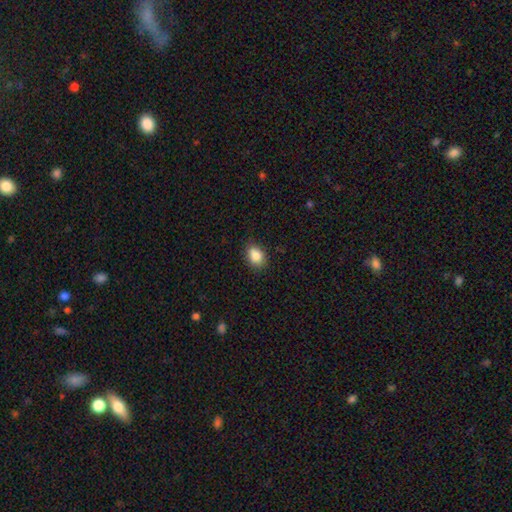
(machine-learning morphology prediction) smooth-or-featured: smooth: 84% | star or artifact: 9% | featured or disk: 7%
  how-rounded: in between: 65% | round: 34% | cigar-shaped: 1%
  merging: none: 75% | minor disturbance: 18% | merger: 4% | major disturbance: 3%